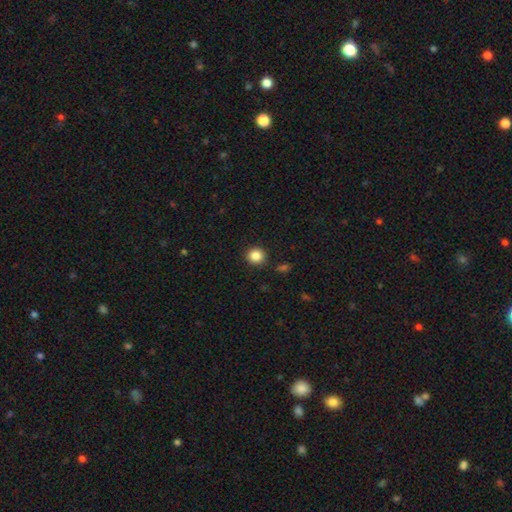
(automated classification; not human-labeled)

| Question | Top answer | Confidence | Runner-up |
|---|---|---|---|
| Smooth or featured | smooth | 86% | star or artifact (11%) |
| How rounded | round | 91% | in between (8%) |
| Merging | none | 90% | minor disturbance (6%) |